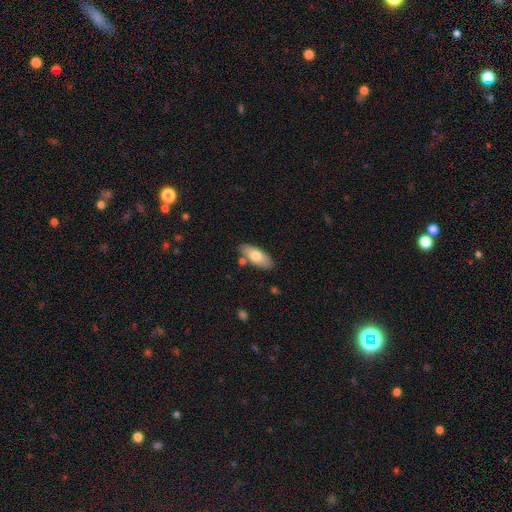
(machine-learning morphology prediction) The model was most divided on "smooth or featured": smooth: 74%, featured or disk: 20%, star or artifact: 6%. More confident: how rounded — in between (83%); merging — none (79%).